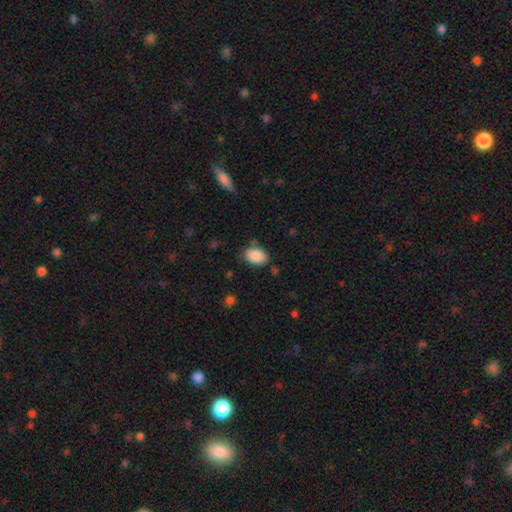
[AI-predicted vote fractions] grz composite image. It shows a smooth galaxy with no disk features (88%) that is in between round and cigar-shaped (88%). Merging: none (75%).